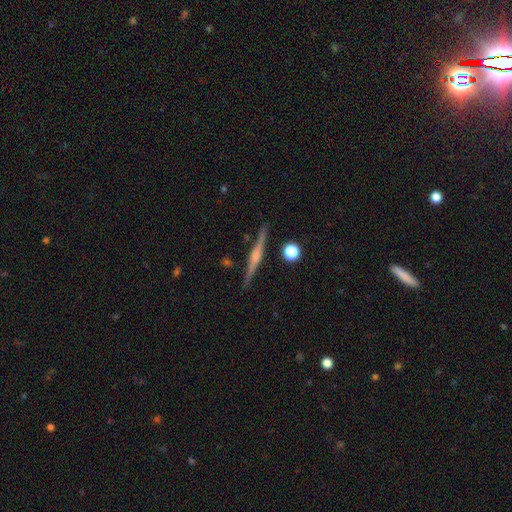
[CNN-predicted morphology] A featured or disk galaxy (76%) viewed edge-on (98%) with a rounded central bulge (70%).

Vote fractions:
- Smooth or featured? featured or disk: 76% / smooth: 17% / star or artifact: 6%
- Edge-on disk? yes: 98% / no: 2%
- Edge-on bulge? rounded: 70% / boxy: 17% / none: 13%
- Merging? none: 90% / minor disturbance: 7% / merger: 2% / major disturbance: 2%